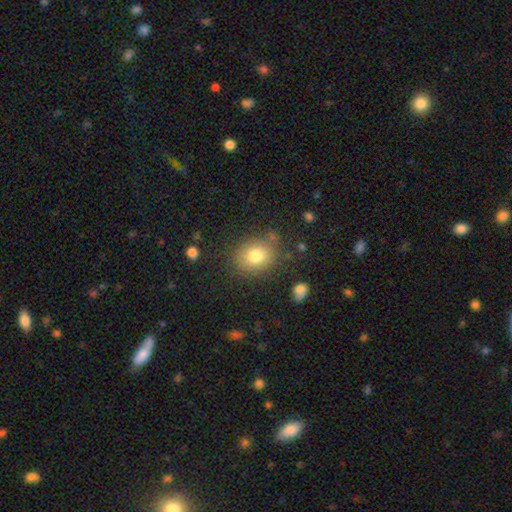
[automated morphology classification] Overall: smooth (79%). How rounded: round (60%; in between 39%). Merging: none (79%).